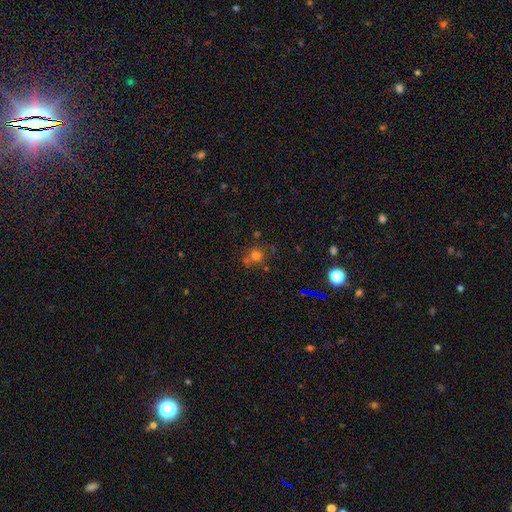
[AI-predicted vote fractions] This appears to be a smooth galaxy with no disk features (68%) that is round (87%). Merging: none (64%).